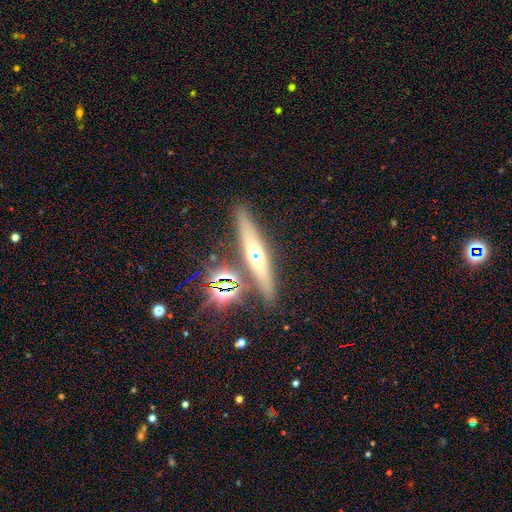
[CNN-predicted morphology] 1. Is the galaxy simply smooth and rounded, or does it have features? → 46% featured or disk, 31% smooth, 23% star or artifact.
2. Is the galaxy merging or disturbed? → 82% none, 8% minor disturbance, 7% merger, 3% major disturbance.